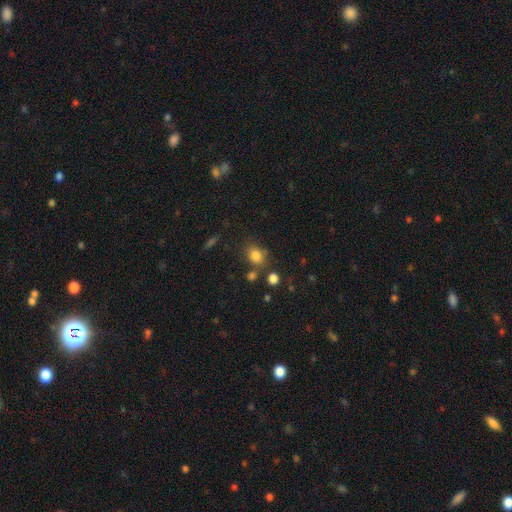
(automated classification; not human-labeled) The model was most divided on "how rounded": in between: 50%, round: 49%, cigar-shaped: 1%. More confident: smooth or featured — smooth (82%); merging — none (70%).